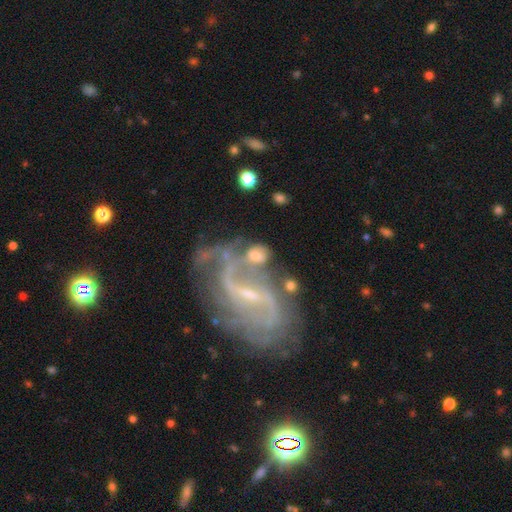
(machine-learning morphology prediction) type=featured or disk (59%); edge-on=no (95%); bar=weak (37%); spiral arms=yes (73%); bulge=moderate (35%); merging=none (36%).